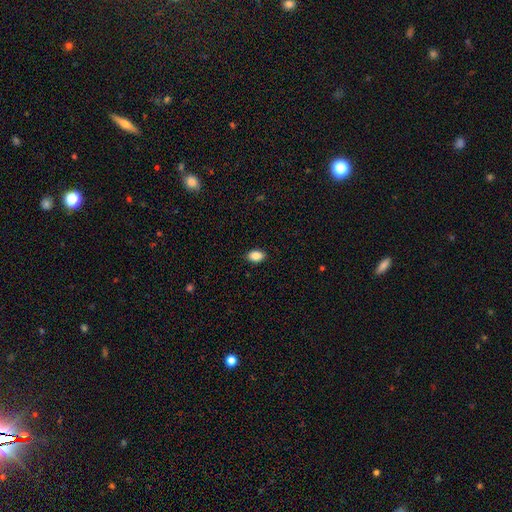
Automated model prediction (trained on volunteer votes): smooth_or_featured: smooth (p=0.87) [alt: star or artifact p=0.08]
how_rounded: in between (p=0.83) [alt: round p=0.16]
merging: none (p=0.89) [alt: minor disturbance p=0.08]